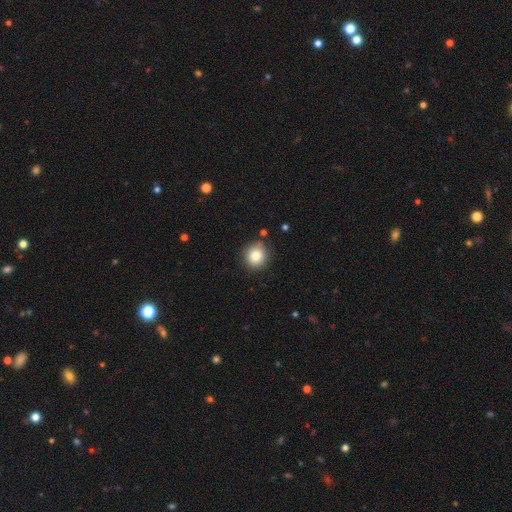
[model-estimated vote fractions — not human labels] Morphology: type=smooth (83%); roundness=round (88%); merging=none (85%).